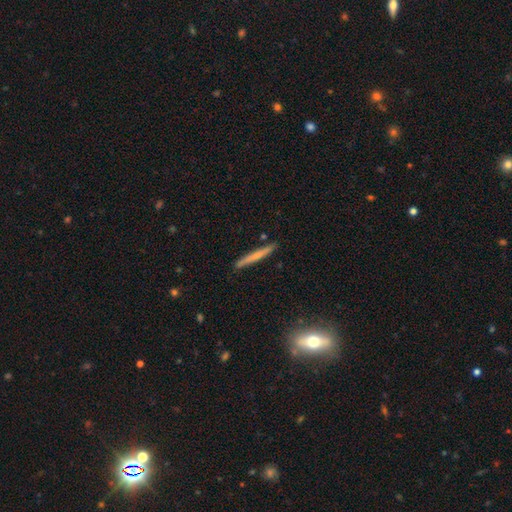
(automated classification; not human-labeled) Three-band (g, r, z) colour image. It shows a smooth galaxy with no disk features (54%) that is cigar-shaped (96%). Merging: none (89%).